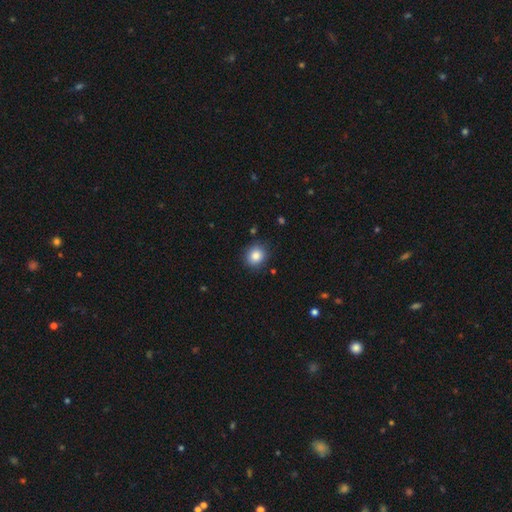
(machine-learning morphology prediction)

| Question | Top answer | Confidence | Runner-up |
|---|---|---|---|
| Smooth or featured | smooth | 85% | star or artifact (9%) |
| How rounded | round | 84% | in between (15%) |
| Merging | none | 87% | minor disturbance (9%) |